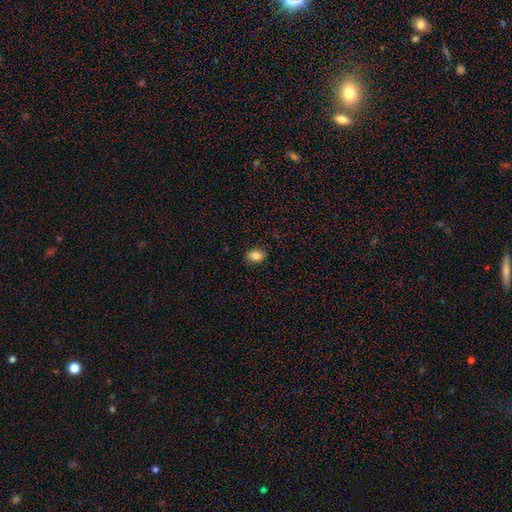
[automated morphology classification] Q: Smooth or featured?
A: smooth (84%); runner-up: star or artifact (9%)
Q: How rounded?
A: in between (77%); runner-up: round (22%)
Q: Merging?
A: none (88%); runner-up: minor disturbance (9%)